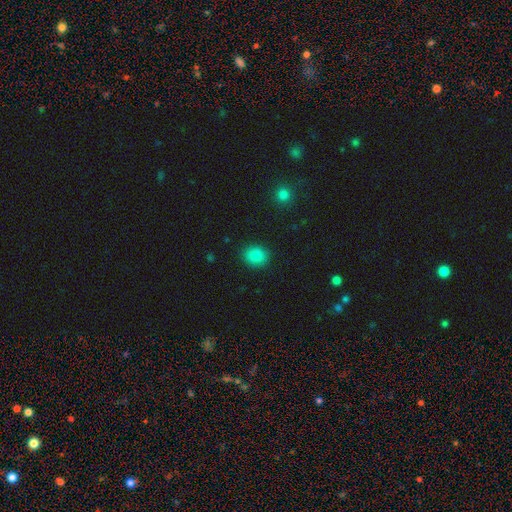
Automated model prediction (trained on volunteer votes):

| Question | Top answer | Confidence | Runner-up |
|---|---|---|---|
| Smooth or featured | smooth | 85% | star or artifact (11%) |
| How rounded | round | 66% | in between (33%) |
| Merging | none | 88% | minor disturbance (8%) |